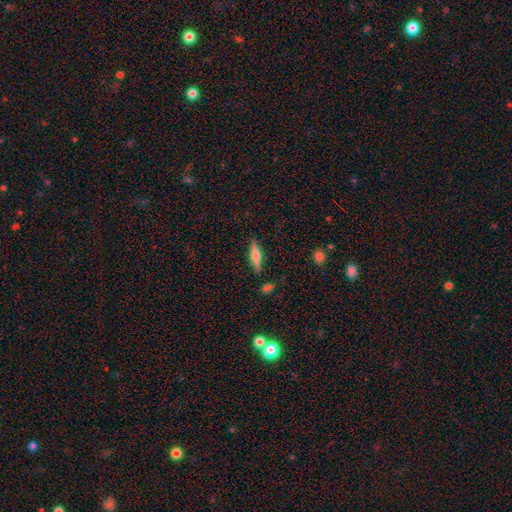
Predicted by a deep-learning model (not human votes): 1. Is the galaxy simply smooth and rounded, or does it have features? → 55% smooth, 38% featured or disk, 7% star or artifact.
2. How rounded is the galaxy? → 70% cigar-shaped, 28% in between, 2% round.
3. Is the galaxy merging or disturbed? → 86% none, 10% minor disturbance, 2% major disturbance, 2% merger.